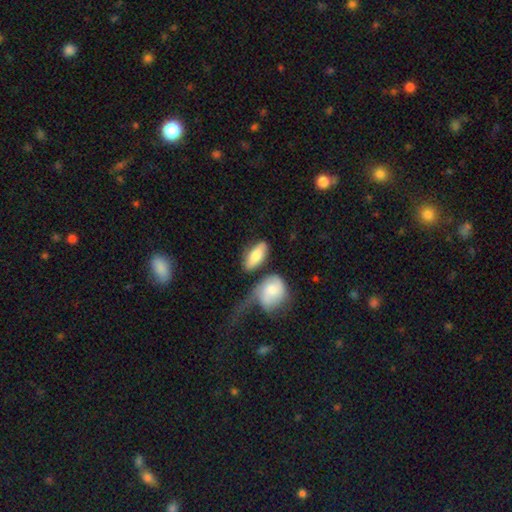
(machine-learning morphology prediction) Smooth or featured: smooth — 78% (featured or disk — 17%)
How rounded: in between — 81% (cigar-shaped — 14%)
Merging: none — 56% (merger — 18%)